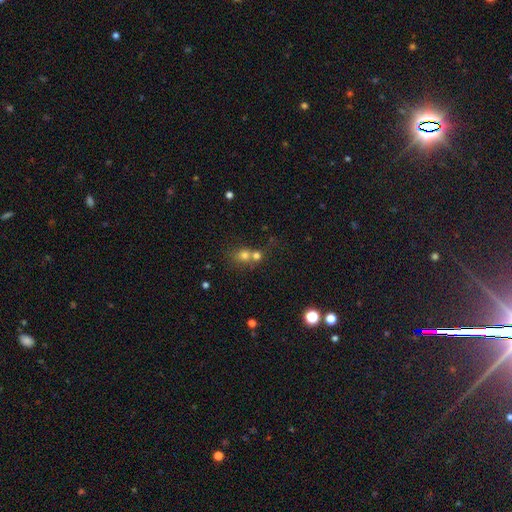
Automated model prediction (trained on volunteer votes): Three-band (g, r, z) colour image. It shows a smooth galaxy with no disk features (69%) that is round (79%). Merging: merger (51%).